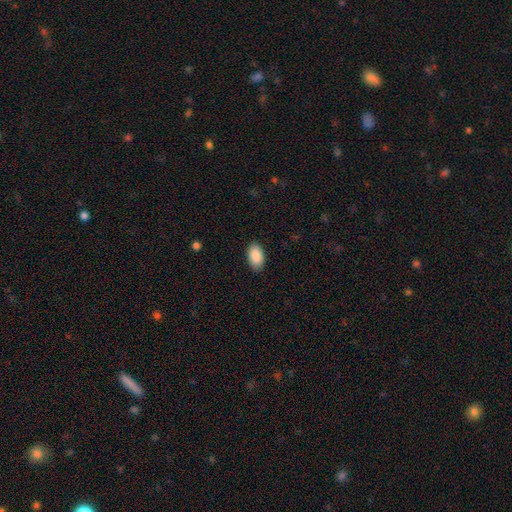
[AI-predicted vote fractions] Smooth or featured: smooth — 90% (star or artifact — 6%)
How rounded: in between — 95% (round — 4%)
Merging: none — 87% (minor disturbance — 10%)